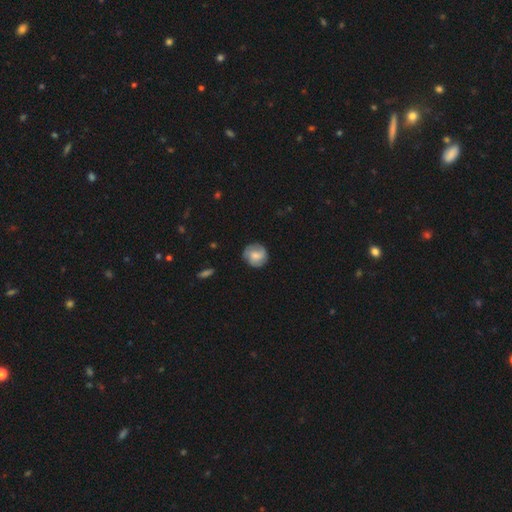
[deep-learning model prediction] This appears to be a smooth galaxy with no disk features (51%) that is round (90%). Merging: none (82%).